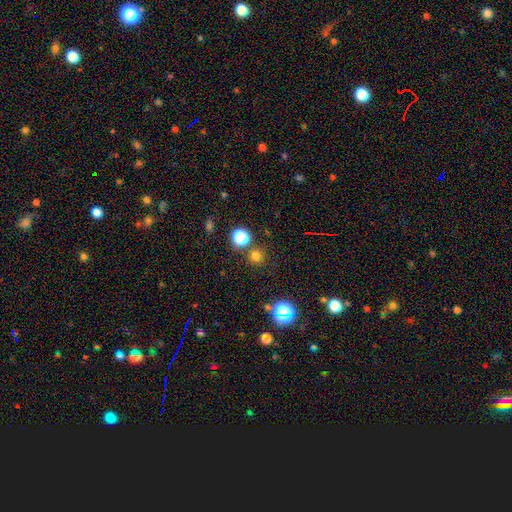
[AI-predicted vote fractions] Smooth or featured? Predicted: smooth (p=0.72). How rounded? Predicted: round (p=0.94). Merging? Predicted: none (p=0.83).